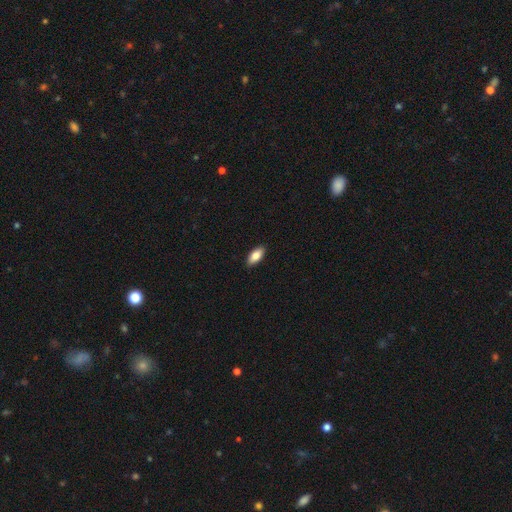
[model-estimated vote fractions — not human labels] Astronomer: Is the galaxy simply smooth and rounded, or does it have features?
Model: smooth — 83%.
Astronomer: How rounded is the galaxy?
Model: in between — 88%.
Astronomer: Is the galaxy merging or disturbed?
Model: none — 90%.